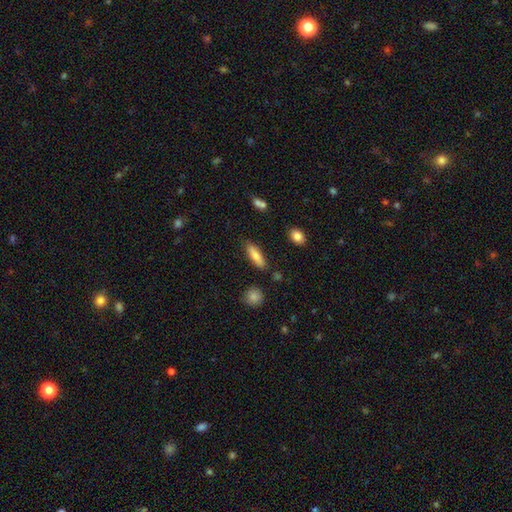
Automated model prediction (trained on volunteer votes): Smooth or featured? Predicted: smooth (p=0.77). How rounded? Predicted: cigar-shaped (p=0.54). Merging? Predicted: none (p=0.83).